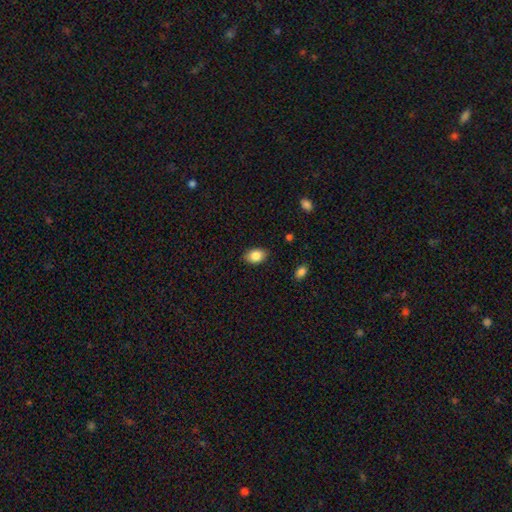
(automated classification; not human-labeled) smooth_or_featured: smooth (p=0.86) [alt: star or artifact p=0.08]
how_rounded: in between (p=0.81) [alt: round p=0.18]
merging: none (p=0.85) [alt: minor disturbance p=0.12]